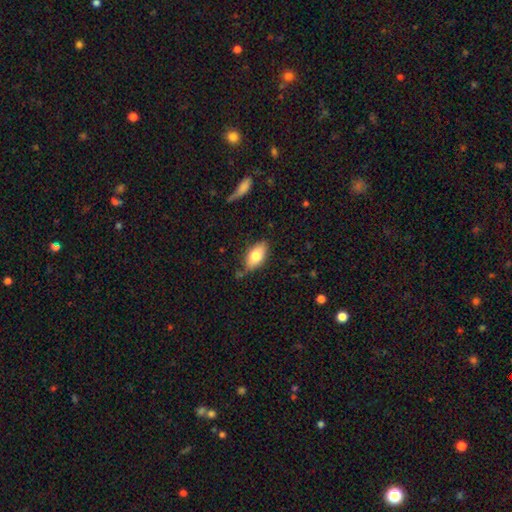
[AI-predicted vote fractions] smooth-or-featured: smooth: 75% | featured or disk: 18% | star or artifact: 7%
  how-rounded: in between: 90% | cigar-shaped: 6% | round: 4%
  merging: none: 74% | minor disturbance: 18% | major disturbance: 4% | merger: 4%